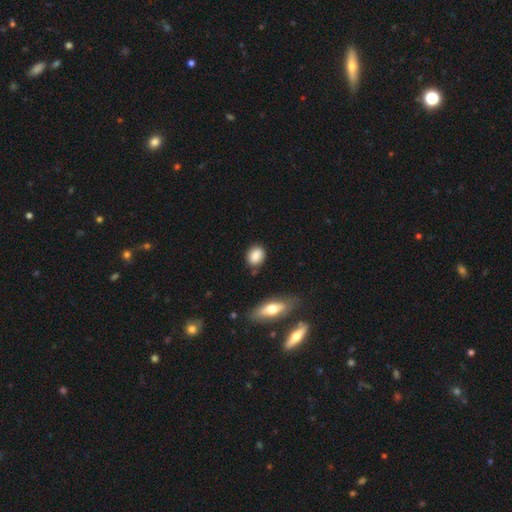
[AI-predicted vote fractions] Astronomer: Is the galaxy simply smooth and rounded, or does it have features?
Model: smooth — 84%.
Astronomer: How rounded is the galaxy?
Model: in between — 56% (runner-up: round, 41%).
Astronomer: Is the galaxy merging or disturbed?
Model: none — 82%.